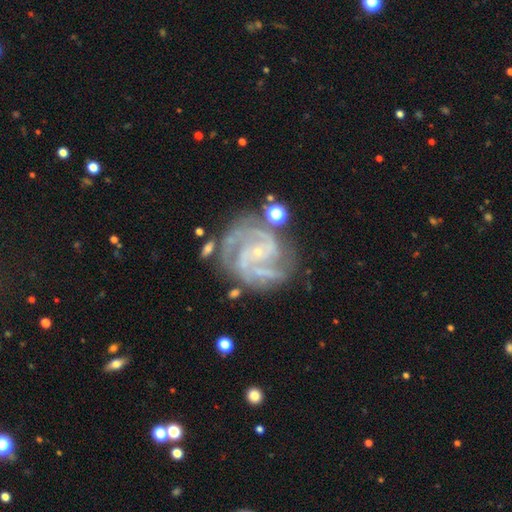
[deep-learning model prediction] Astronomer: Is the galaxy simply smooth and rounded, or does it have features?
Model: featured or disk — 90%.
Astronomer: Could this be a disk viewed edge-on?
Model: no — 98%.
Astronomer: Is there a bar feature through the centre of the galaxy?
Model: no — 60%.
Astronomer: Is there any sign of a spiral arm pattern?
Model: yes — 98%.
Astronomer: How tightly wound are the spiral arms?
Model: tight — 55% (runner-up: medium, 39%).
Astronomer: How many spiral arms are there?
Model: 3 — 35% (runner-up: 2, 24%).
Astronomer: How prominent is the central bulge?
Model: small — 86%.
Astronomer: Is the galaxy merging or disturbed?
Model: none — 68%.